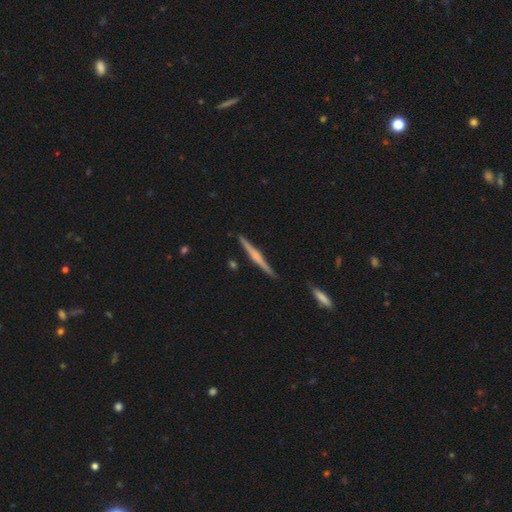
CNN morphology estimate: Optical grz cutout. It shows a featured or disk galaxy (65%) viewed edge-on (98%) with a rounded central bulge (54%). Merging: none (89%).